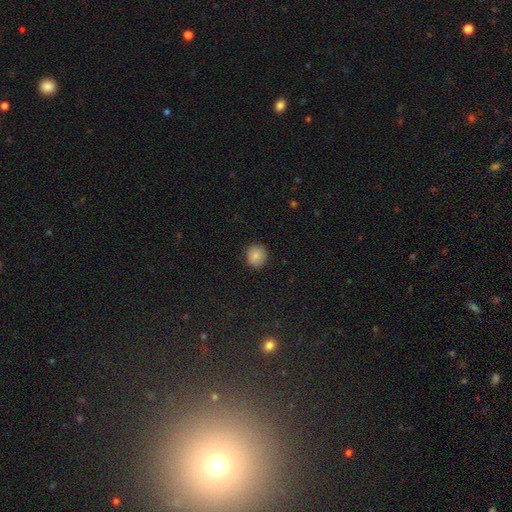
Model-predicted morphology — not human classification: Smooth or featured? smooth (83%)
How rounded? round (89%)
Merging? none (87%)